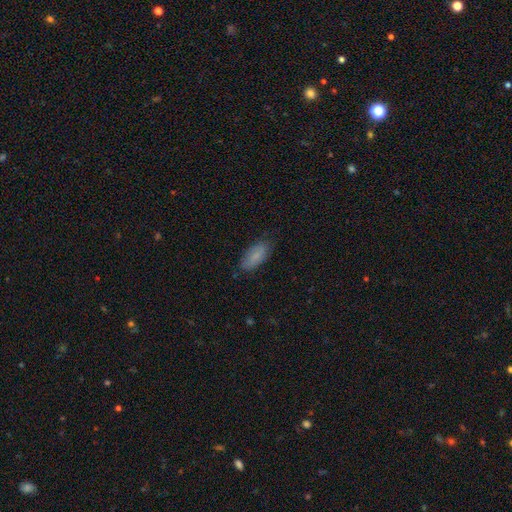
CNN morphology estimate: Overall: smooth (83%). How rounded: in between (85%). Merging: none (78%).